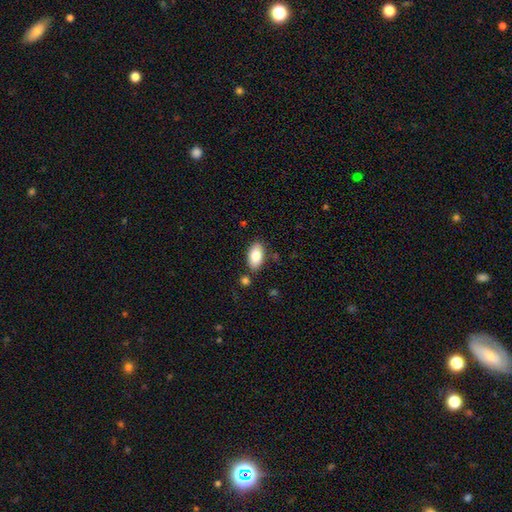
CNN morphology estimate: Smooth or featured: smooth — 84% (featured or disk — 9%)
How rounded: in between — 93% (round — 3%)
Merging: none — 82% (minor disturbance — 11%)